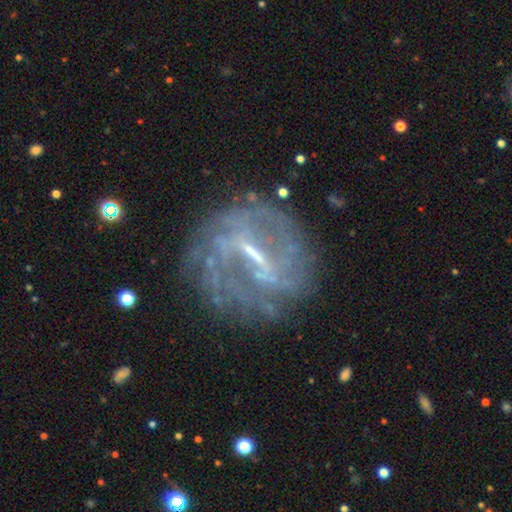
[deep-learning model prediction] Smooth or featured? featured or disk (80%)
Edge-on disk? no (94%)
Bar? strong (55%)
Spiral arms? yes (75%)
Spiral winding? tight (51%)
Spiral arm count? can't tell (46%)
Bulge size? small (53%)
Merging? none (72%)